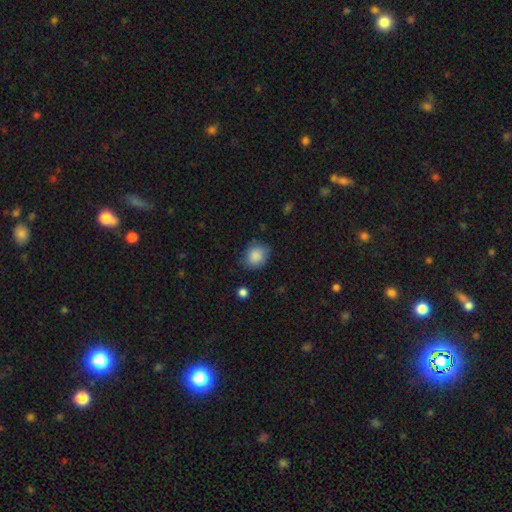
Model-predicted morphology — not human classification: Overall: smooth (87%). How rounded: round (60%; in between 39%). Merging: none (78%).